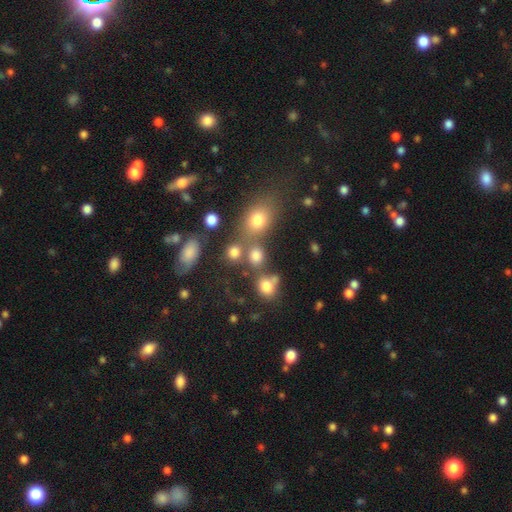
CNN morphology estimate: A smooth galaxy with no disk features (75%) that is round (71%). Merging: none (53%).